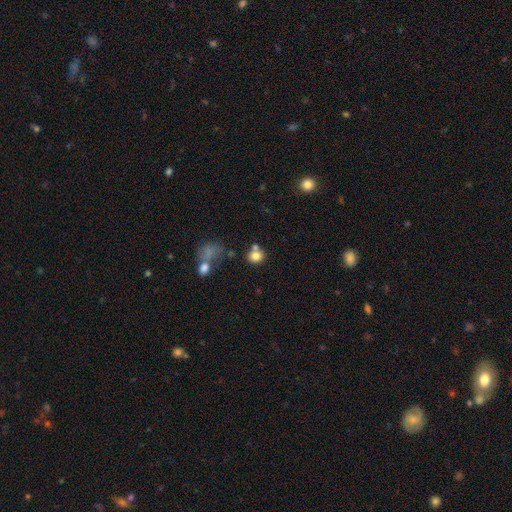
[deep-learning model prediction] The model was most divided on "merging": none: 59%, merger: 23%, minor disturbance: 13%, major disturbance: 5%. More confident: smooth or featured — smooth (79%); how rounded — round (73%).